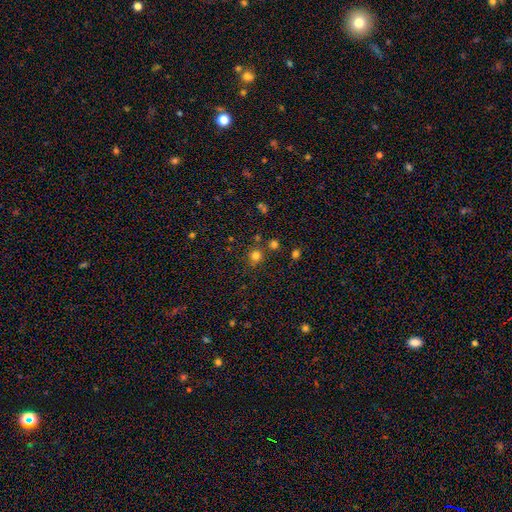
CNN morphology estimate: smooth_or_featured: smooth (p=0.76) [alt: star or artifact p=0.18]
how_rounded: round (p=0.89) [alt: in between p=0.10]
merging: none (p=0.77) [alt: minor disturbance p=0.10]